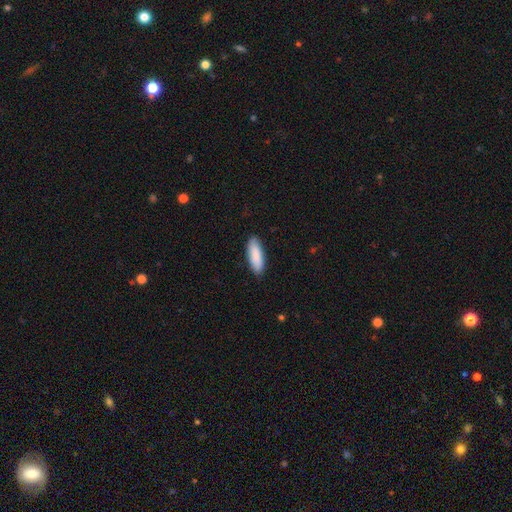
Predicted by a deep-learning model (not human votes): Q: Smooth or featured?
A: smooth (89%); runner-up: featured or disk (6%)
Q: How rounded?
A: in between (61%); runner-up: cigar-shaped (37%)
Q: Merging?
A: none (88%); runner-up: minor disturbance (9%)